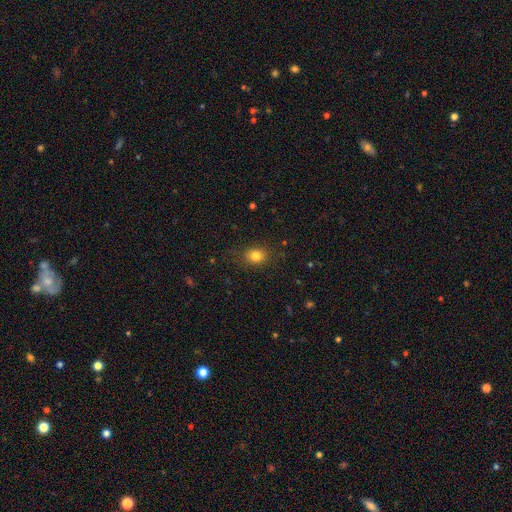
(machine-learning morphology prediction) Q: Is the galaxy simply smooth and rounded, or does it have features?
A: smooth — 81%.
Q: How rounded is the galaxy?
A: in between — 51%.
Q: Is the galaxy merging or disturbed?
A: none — 83%.